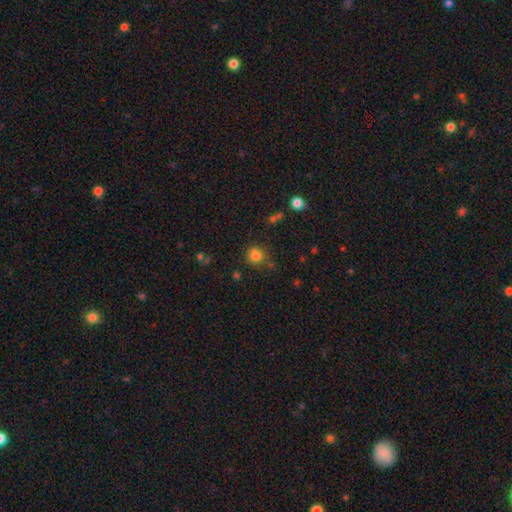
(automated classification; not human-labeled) This appears to be a smooth galaxy with no disk features (79%) that is round (87%). Merging: none (72%).